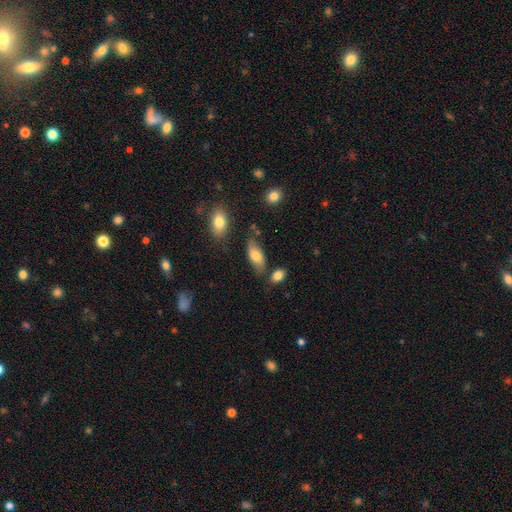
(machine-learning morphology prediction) This is likely a smooth galaxy (76%). How rounded: clearly in between (87%). Merging: likely none (69%).